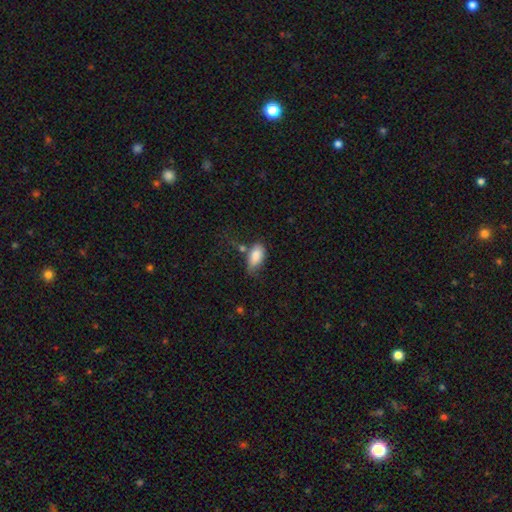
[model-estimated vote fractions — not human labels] The model was most divided on "merging": none: 44%, minor disturbance: 32%, major disturbance: 13%, merger: 11%. More confident: how rounded — in between (91%); smooth or featured — smooth (84%).